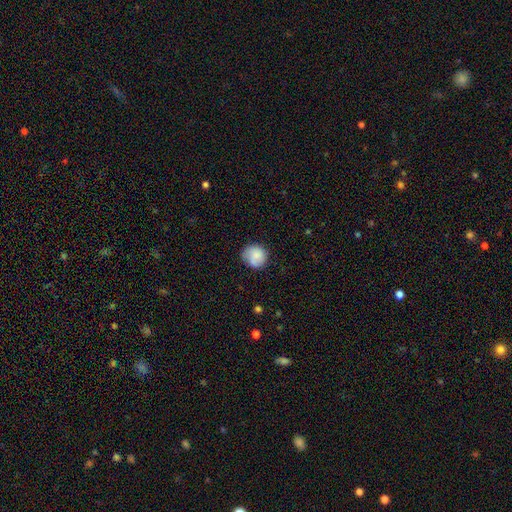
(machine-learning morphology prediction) type=smooth (79%); roundness=round (85%); merging=none (67%).